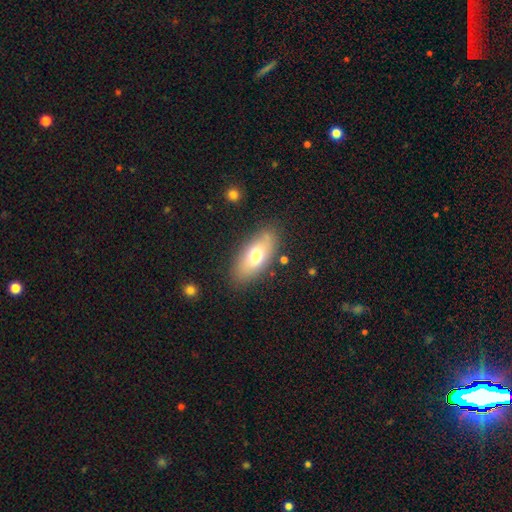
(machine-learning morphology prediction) The model was most divided on "smooth or featured": smooth: 69%, featured or disk: 24%, star or artifact: 7%. More confident: how rounded — in between (85%); merging — none (81%).